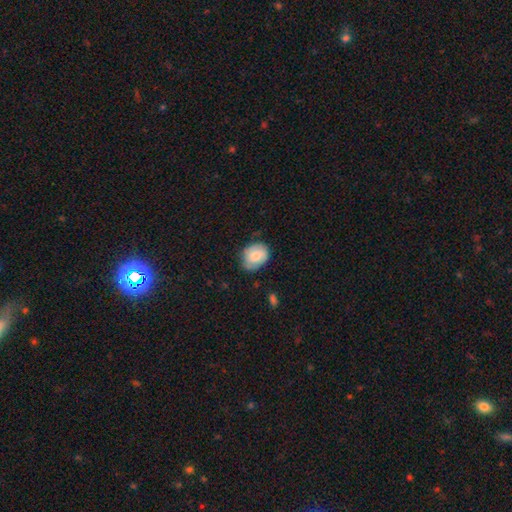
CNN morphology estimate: Overall: smooth (70%). How rounded: in between (50%; round 49%). Merging: none (68%).